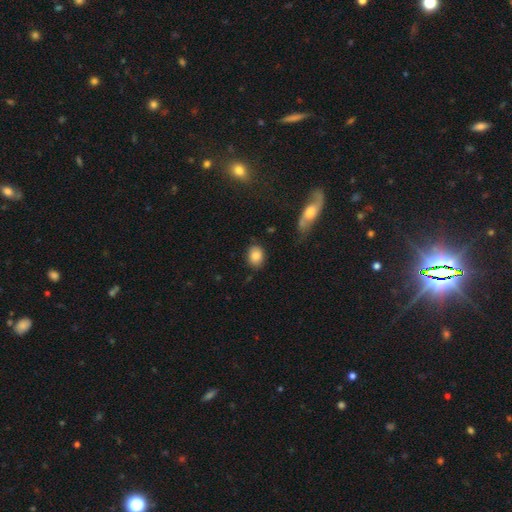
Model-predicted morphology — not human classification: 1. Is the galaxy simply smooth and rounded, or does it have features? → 85% smooth, 8% star or artifact, 7% featured or disk.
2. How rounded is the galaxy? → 52% in between, 46% round, 1% cigar-shaped.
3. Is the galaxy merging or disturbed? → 80% none, 15% minor disturbance, 3% major disturbance, 2% merger.